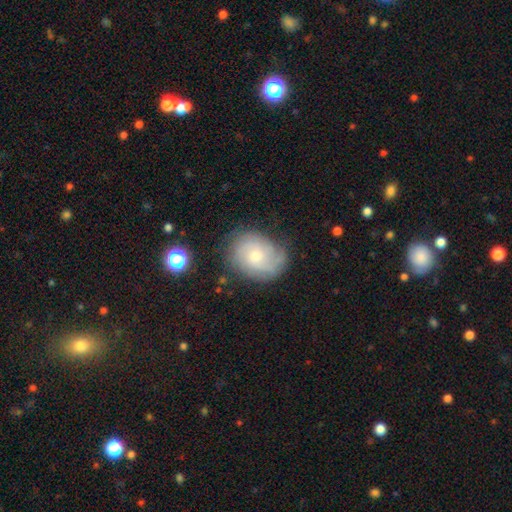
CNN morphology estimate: type=featured or disk (64%); edge-on=no (97%); bar=no (75%); spiral arms=yes (90%); winding=tight (54%); arm count=can't tell (39%); bulge=small (49%); merging=none (72%).